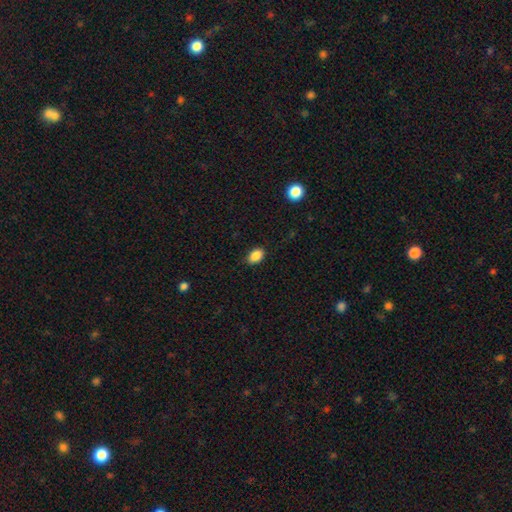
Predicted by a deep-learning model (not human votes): Q: Smooth or featured?
A: smooth (87%); runner-up: star or artifact (9%)
Q: How rounded?
A: in between (85%); runner-up: round (13%)
Q: Merging?
A: none (84%); runner-up: minor disturbance (12%)